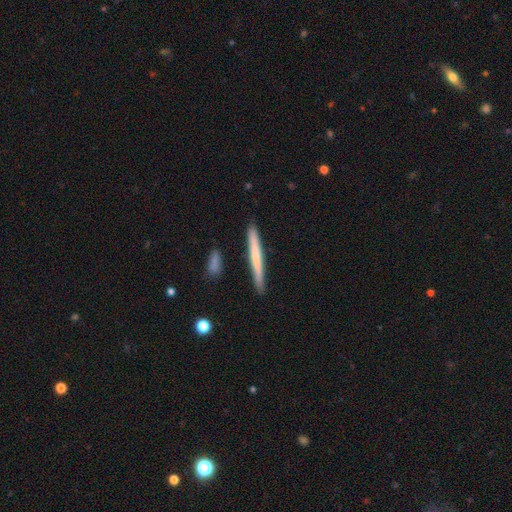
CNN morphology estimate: A smooth galaxy with no disk features (57%) that is cigar-shaped (97%). Merging: none (89%).